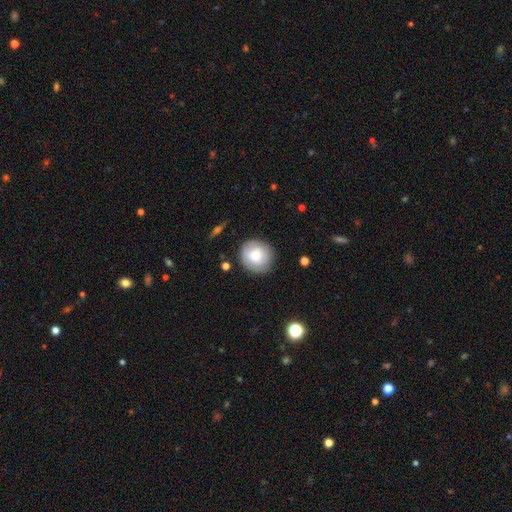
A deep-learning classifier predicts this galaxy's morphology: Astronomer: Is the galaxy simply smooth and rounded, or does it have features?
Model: smooth — 69%.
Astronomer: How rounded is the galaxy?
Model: round — 91%.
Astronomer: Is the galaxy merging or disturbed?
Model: none — 85%.